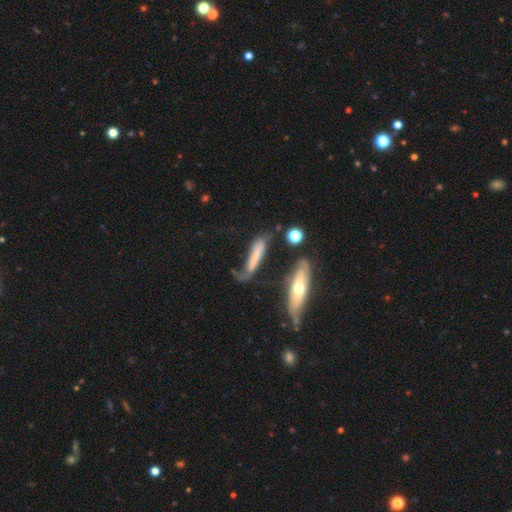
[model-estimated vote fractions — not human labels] Smooth or featured: smooth — 56% (featured or disk — 35%)
How rounded: cigar-shaped — 77% (in between — 20%)
Merging: none — 39% (minor disturbance — 26%)